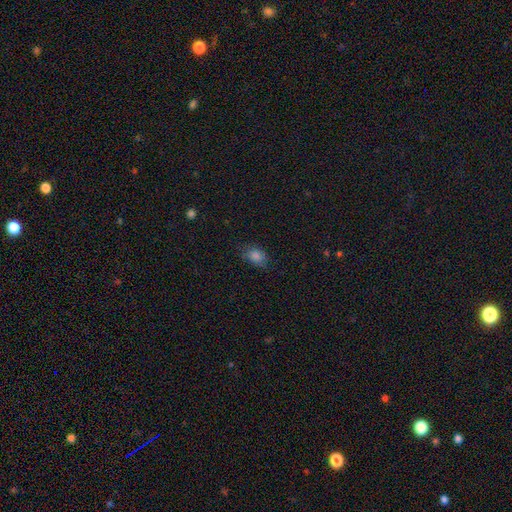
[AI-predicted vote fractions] A smooth galaxy with no disk features (81%) that is in between round and cigar-shaped (72%). Merging: none (75%).